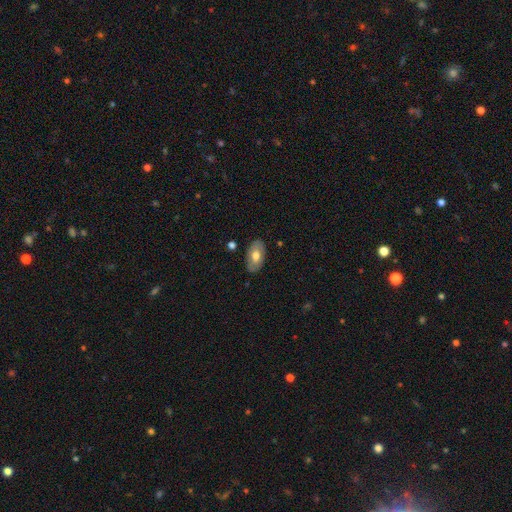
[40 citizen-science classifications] This is likely a smooth galaxy (70%). How rounded: clearly in between (93%). Merging: clearly none (82%).